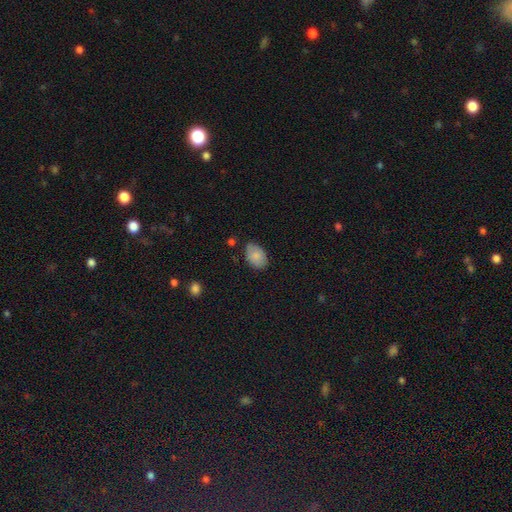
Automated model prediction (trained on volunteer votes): Smooth or featured: smooth — 84% (featured or disk — 10%)
How rounded: in between — 87% (round — 12%)
Merging: none — 74% (minor disturbance — 21%)